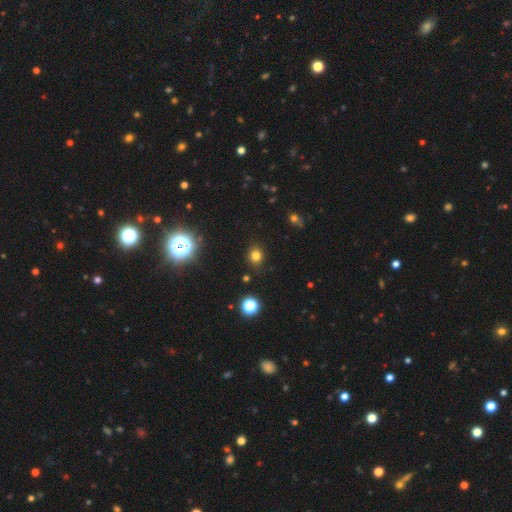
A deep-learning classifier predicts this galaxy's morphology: Overall: smooth (75%). How rounded: round (75%). Merging: none (88%).